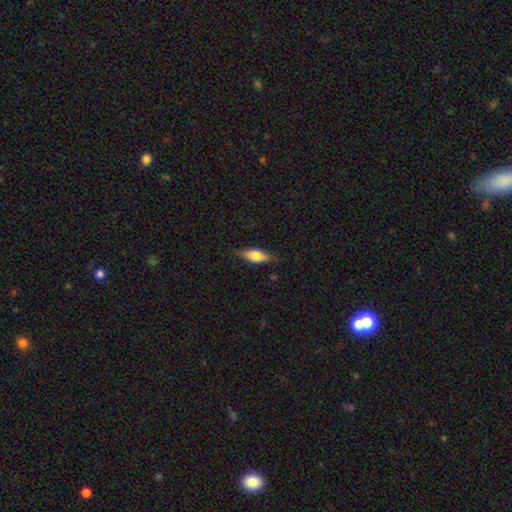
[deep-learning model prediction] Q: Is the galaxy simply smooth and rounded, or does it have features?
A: smooth — 64%.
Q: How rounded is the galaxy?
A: in between — 72%.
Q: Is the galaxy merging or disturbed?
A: none — 79%.